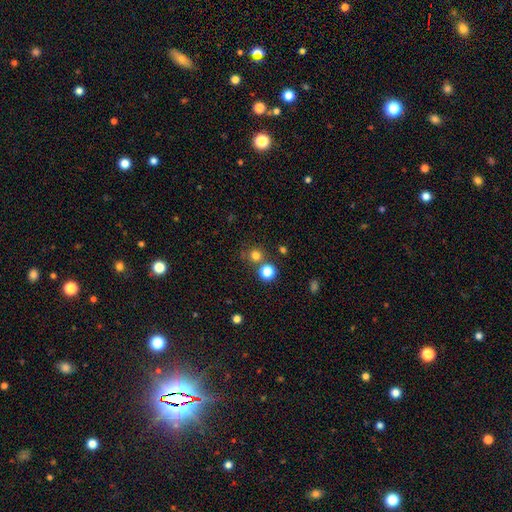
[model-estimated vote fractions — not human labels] This appears to be a smooth galaxy with no disk features (76%) that is round (92%). Merging: none (73%).